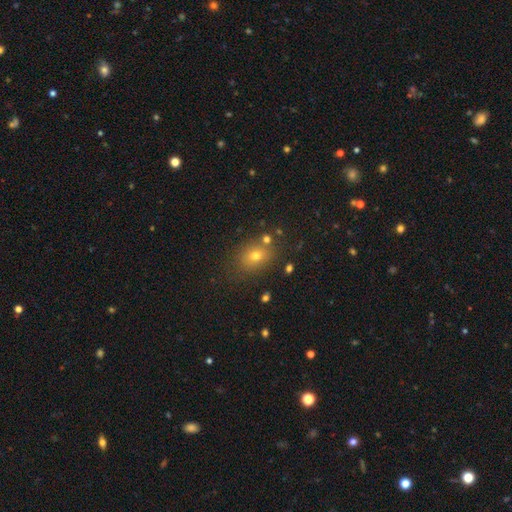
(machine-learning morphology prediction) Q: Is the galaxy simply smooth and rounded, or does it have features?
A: smooth — 69%.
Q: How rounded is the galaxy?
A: in between — 54%.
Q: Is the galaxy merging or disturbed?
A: none — 77%.